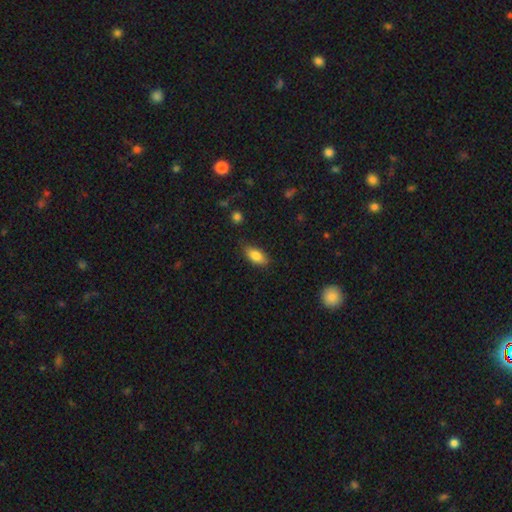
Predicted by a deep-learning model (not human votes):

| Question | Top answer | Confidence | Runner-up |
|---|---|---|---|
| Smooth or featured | smooth | 84% | featured or disk (9%) |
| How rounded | in between | 89% | cigar-shaped (8%) |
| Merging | none | 78% | minor disturbance (18%) |